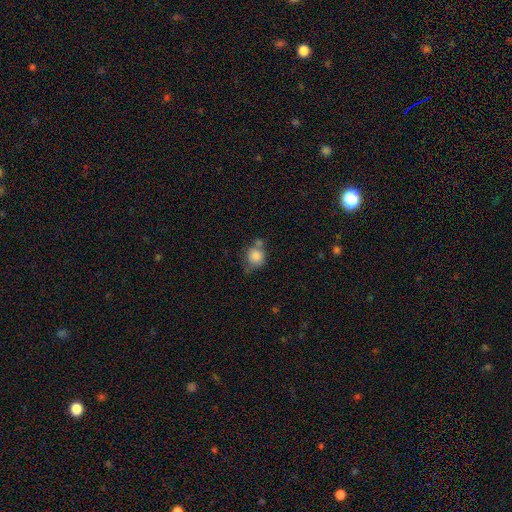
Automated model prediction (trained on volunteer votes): Q: Smooth or featured?
A: smooth (79%); runner-up: featured or disk (12%)
Q: How rounded?
A: round (74%); runner-up: in between (25%)
Q: Merging?
A: none (40%); runner-up: merger (26%)